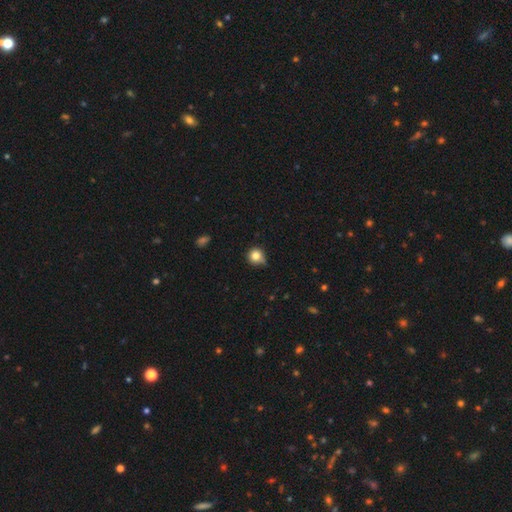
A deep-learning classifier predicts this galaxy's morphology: Smooth or featured: smooth — 81% (star or artifact — 11%)
How rounded: round — 90% (in between — 9%)
Merging: none — 62% (minor disturbance — 29%)